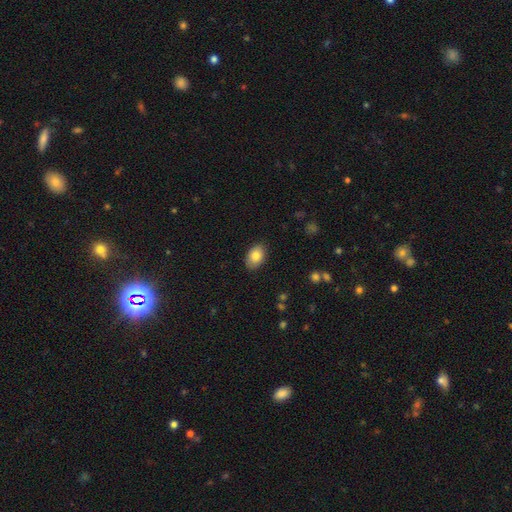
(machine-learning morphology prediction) Q: Smooth or featured?
A: smooth (84%); runner-up: featured or disk (9%)
Q: How rounded?
A: in between (88%); runner-up: round (11%)
Q: Merging?
A: none (86%); runner-up: minor disturbance (11%)